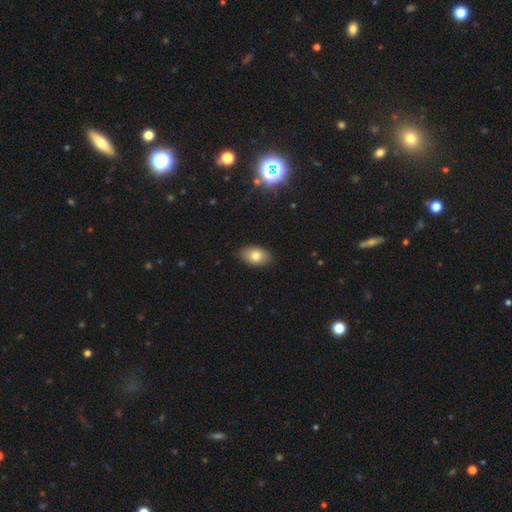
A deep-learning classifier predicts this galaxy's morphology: This is likely a smooth galaxy (78%). How rounded: clearly in between (90%). Merging: clearly none (86%).